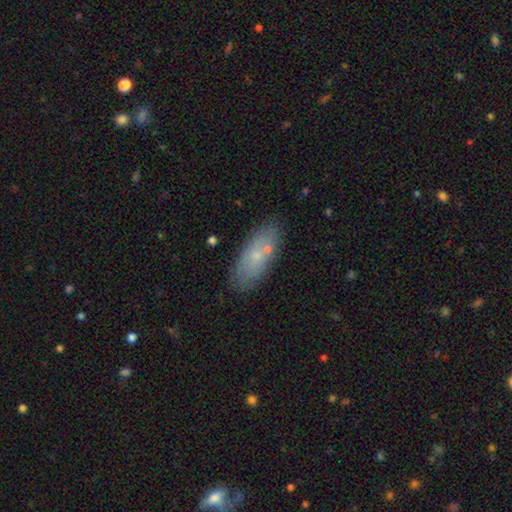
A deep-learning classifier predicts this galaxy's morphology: smooth_or_featured: smooth (p=0.63) [alt: featured or disk p=0.28]
how_rounded: in between (p=0.75) [alt: cigar-shaped p=0.22]
merging: none (p=0.78) [alt: minor disturbance p=0.13]